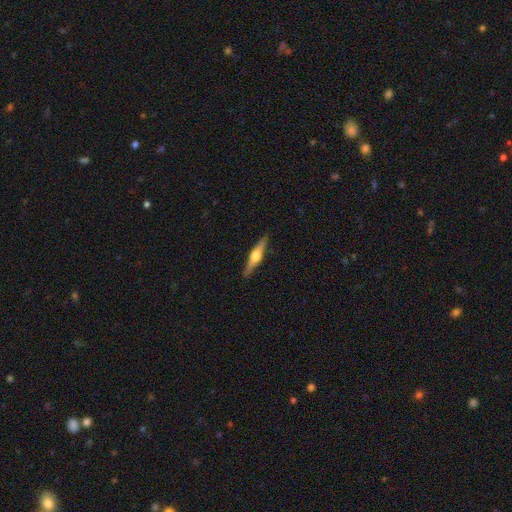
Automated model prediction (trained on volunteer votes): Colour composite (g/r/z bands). It shows a featured or disk galaxy (72%) viewed edge-on (97%) with a rounded central bulge (93%). Merging: none (90%).